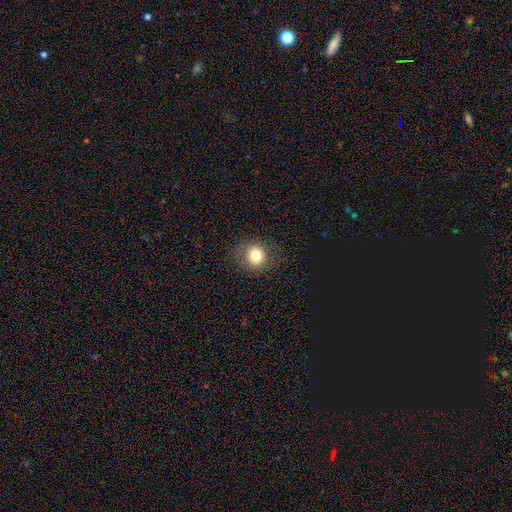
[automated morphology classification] Smooth or featured? smooth (80%)
How rounded? round (80%)
Merging? none (83%)